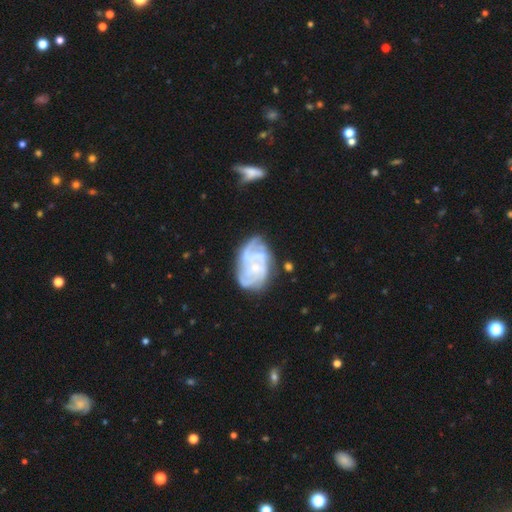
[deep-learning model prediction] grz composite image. It shows a featured or disk galaxy (83%) with no bar (64%), 3 (31%) medium (42%, tied with tight) spiral arms (91%) and a small central bulge (70%). Merging: none (56%).